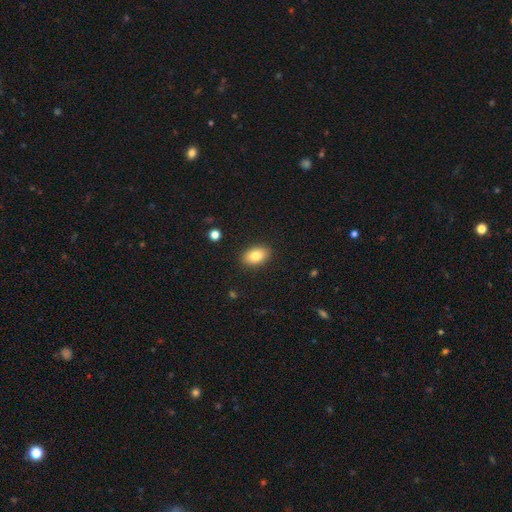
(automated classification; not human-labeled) This is clearly a smooth galaxy (82%). How rounded: clearly in between (89%). Merging: clearly none (89%).